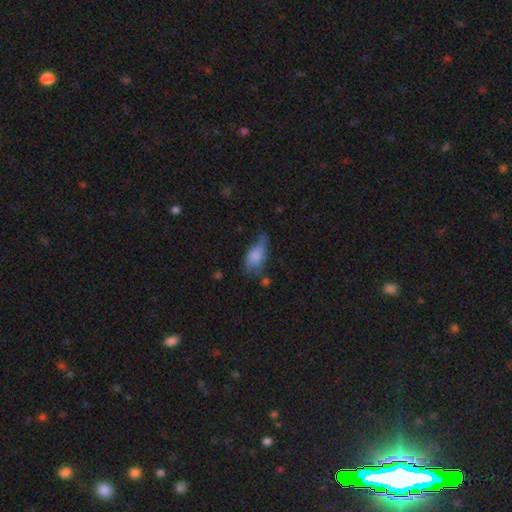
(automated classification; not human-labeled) smooth-or-featured: smooth: 72% | featured or disk: 19% | star or artifact: 8%
  how-rounded: in between: 88% | cigar-shaped: 6% | round: 5%
  merging: minor disturbance: 39% | none: 30% | major disturbance: 25% | merger: 6%